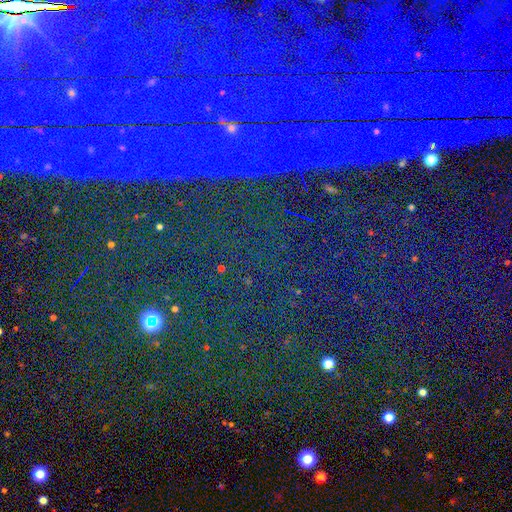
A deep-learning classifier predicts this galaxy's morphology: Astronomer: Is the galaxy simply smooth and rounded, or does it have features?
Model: star or artifact — 81%.